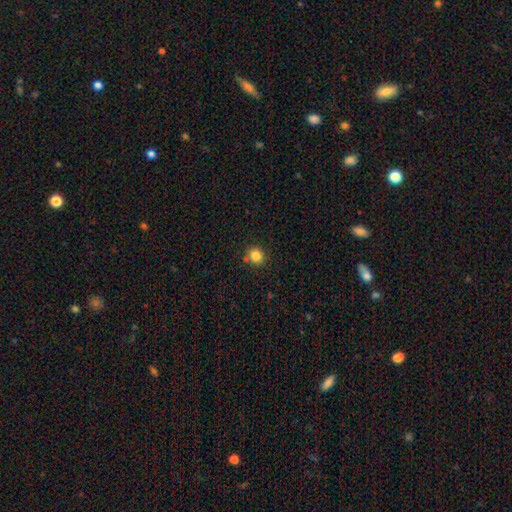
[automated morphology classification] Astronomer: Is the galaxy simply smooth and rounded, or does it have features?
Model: smooth — 83%.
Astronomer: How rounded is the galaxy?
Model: round — 89%.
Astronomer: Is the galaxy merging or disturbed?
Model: none — 83%.